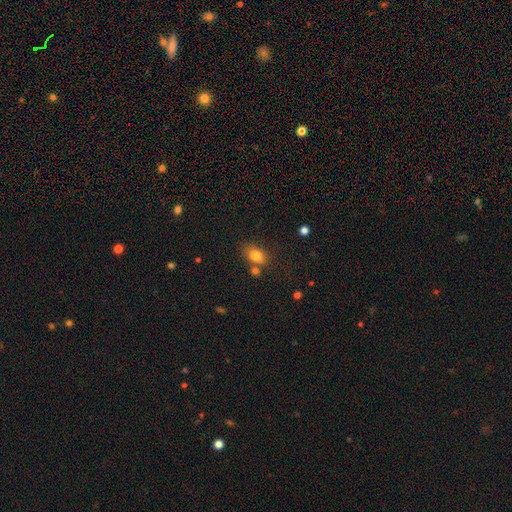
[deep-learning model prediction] A smooth galaxy with no disk features (80%) that is in between round and cigar-shaped (75%).

Vote fractions:
- Smooth or featured? smooth: 80% / star or artifact: 10% / featured or disk: 10%
- How rounded? in between: 75% / round: 23% / cigar-shaped: 2%
- Merging? none: 60% / merger: 17% / minor disturbance: 17% / major disturbance: 5%